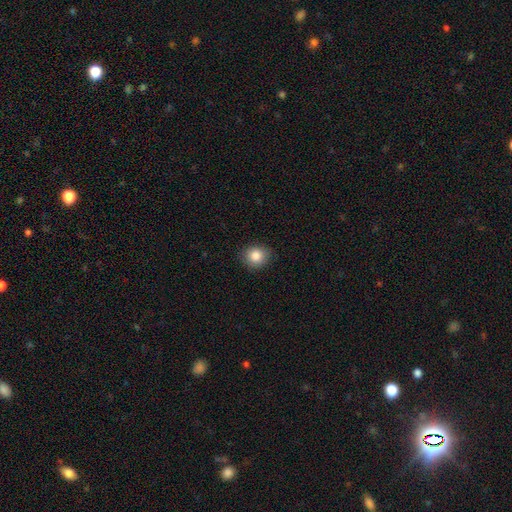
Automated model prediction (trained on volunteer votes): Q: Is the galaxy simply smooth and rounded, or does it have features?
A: smooth — 85%.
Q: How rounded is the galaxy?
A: round — 76%.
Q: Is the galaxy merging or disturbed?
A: none — 87%.